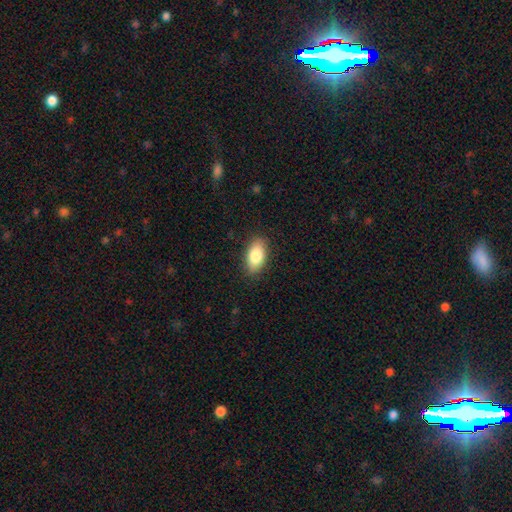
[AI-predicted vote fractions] The model was most divided on "smooth or featured": smooth: 83%, featured or disk: 10%, star or artifact: 7%. More confident: how rounded — in between (90%); merging — none (87%).